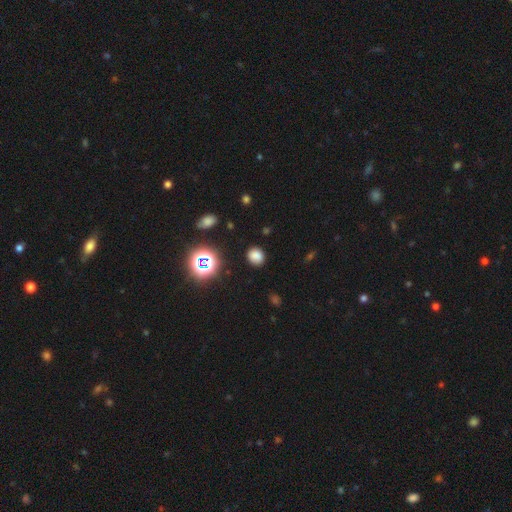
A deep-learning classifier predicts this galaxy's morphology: Smooth or featured? Predicted: smooth (p=0.74). How rounded? Predicted: round (p=0.67). Merging? Predicted: none (p=0.85).